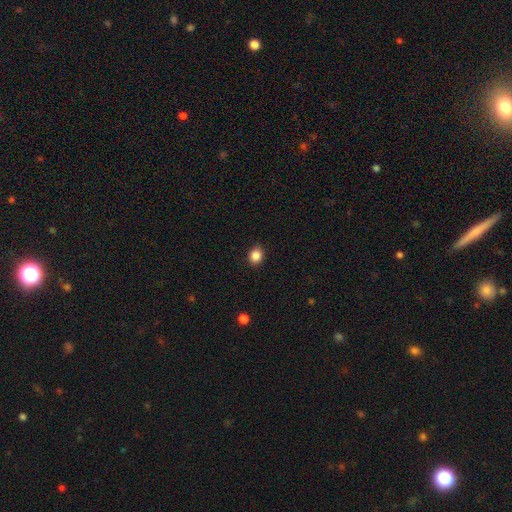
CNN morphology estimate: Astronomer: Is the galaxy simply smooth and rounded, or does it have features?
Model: smooth — 87%.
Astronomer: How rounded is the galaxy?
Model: round — 67%.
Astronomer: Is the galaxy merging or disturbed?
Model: none — 89%.